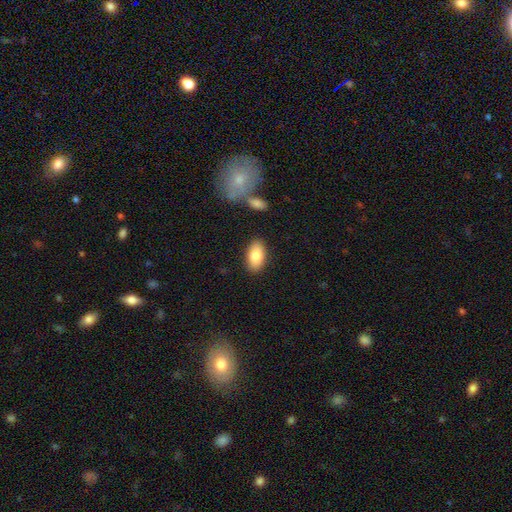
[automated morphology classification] Smooth or featured? smooth (83%)
How rounded? in between (93%)
Merging? none (86%)